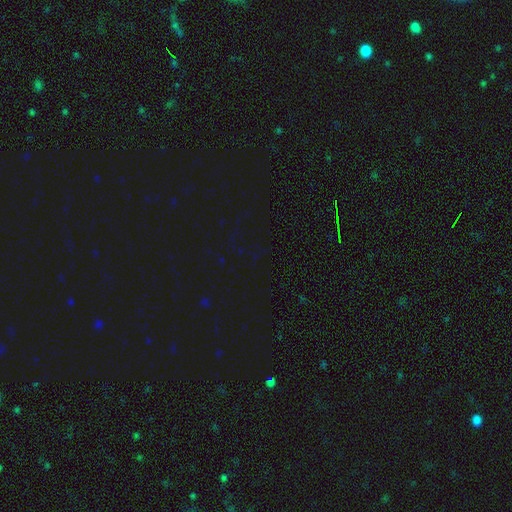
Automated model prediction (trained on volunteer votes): smooth_or_featured: star or artifact (p=0.78) [alt: smooth p=0.15]